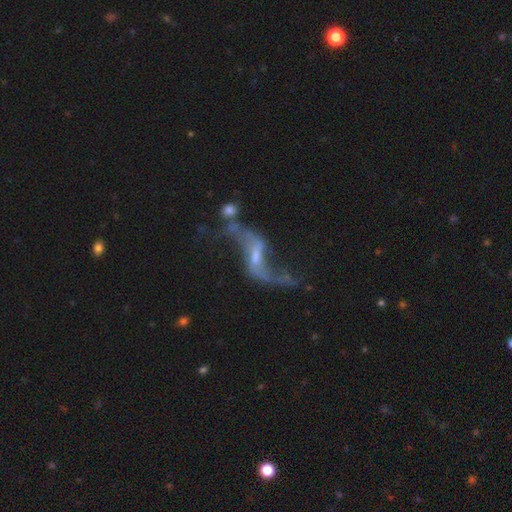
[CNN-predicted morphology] This appears to be a featured or disk galaxy (87%) with a weak bar (45%), 2 (92%) loose (93%) spiral arms (92%) and a small central bulge (50%). Merging: none (45%).